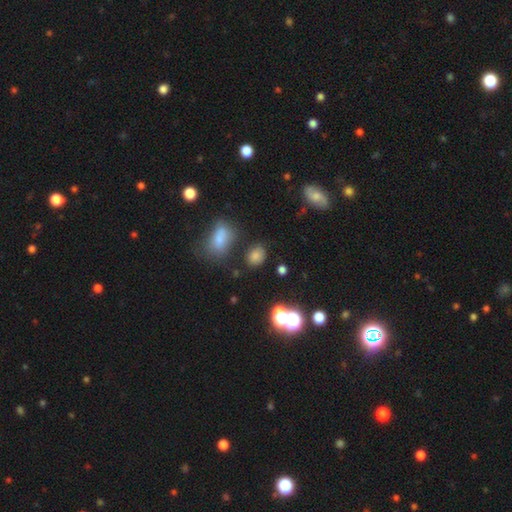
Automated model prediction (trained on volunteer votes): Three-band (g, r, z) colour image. It shows a smooth galaxy with no disk features (75%) that is in between round and cigar-shaped (59%). Merging: none (76%).